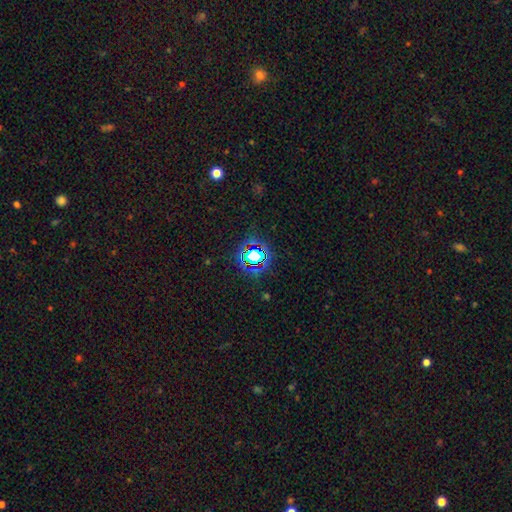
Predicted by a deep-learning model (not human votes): This is likely a star or artifact rather than a galaxy (67%).